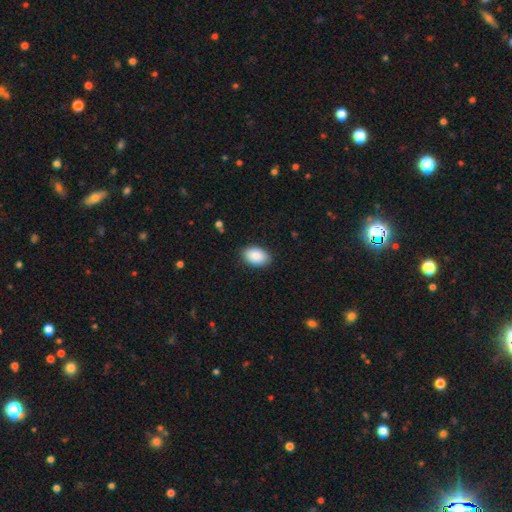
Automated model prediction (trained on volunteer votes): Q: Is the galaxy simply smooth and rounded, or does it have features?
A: smooth — 90%.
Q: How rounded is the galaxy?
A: in between — 90%.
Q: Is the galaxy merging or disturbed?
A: none — 87%.